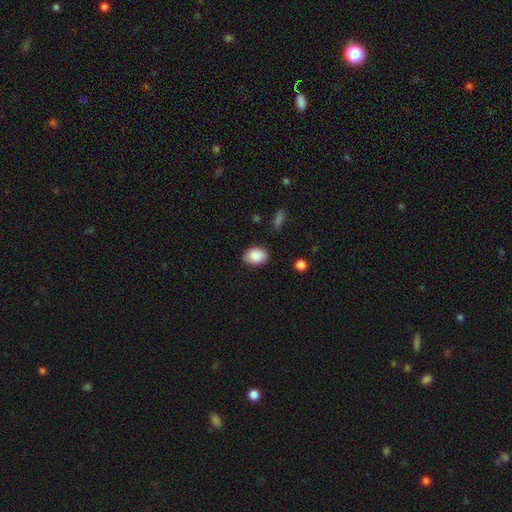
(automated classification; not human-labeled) Smooth or featured? Predicted: smooth (p=0.89). How rounded? Predicted: in between (p=0.77). Merging? Predicted: none (p=0.84).